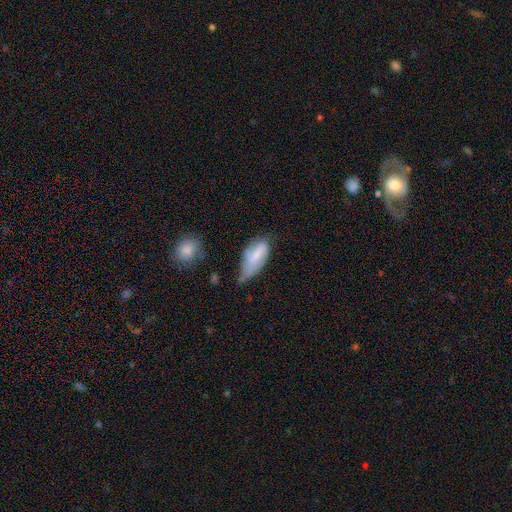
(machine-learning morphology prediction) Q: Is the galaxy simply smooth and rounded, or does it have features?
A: smooth — 48%.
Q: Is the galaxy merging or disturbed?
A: minor disturbance — 42%.